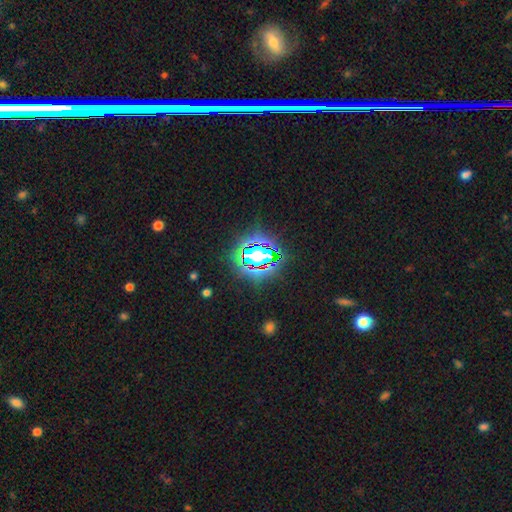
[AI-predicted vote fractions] Smooth or featured? star or artifact (83%)